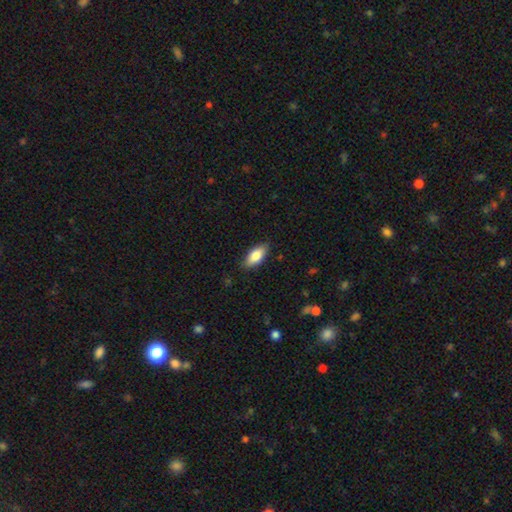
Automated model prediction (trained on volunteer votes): Smooth or featured? Predicted: smooth (p=0.81). How rounded? Predicted: in between (p=0.86). Merging? Predicted: none (p=0.85).